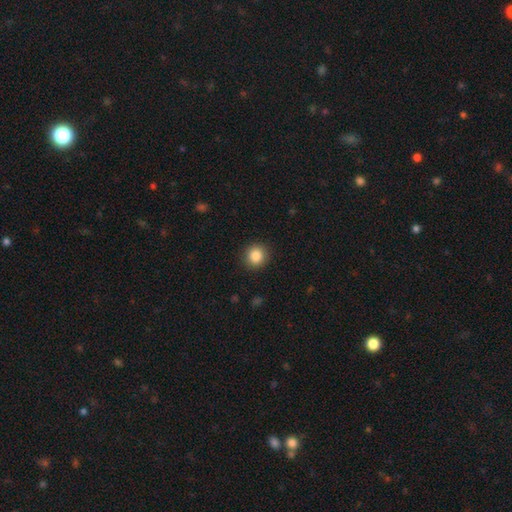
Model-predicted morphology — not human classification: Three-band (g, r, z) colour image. It shows a smooth galaxy with no disk features (86%) that is round (91%). Merging: none (91%).